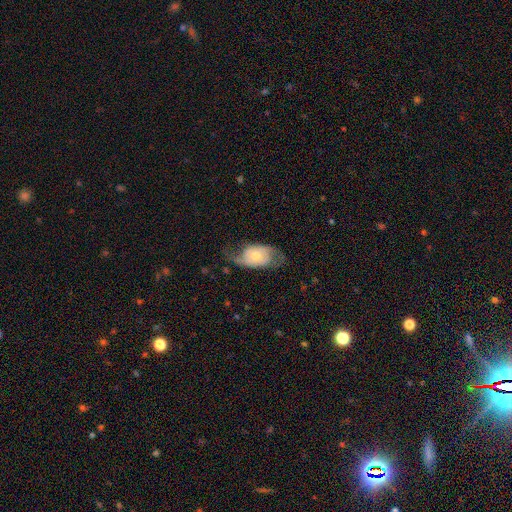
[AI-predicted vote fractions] Smooth or featured?
  - featured or disk: 71% *
  - smooth: 23%
  - star or artifact: 6%
Edge-on disk?
  - no: 94% *
  - yes: 6%
Bar?
  - no: 75% *
  - weak: 20%
  - strong: 5%
Spiral arms?
  - yes: 86% *
  - no: 14%
Spiral winding?
  - loose: 49% *
  - medium: 36%
  - tight: 15%
Spiral arm count?
  - 2: 85% *
  - can't tell: 7%
  - 1: 4%
  - 3: 1%
  - 4: 1%
  - more than 4: 1%
Bulge size?
  - moderate: 51% *
  - small: 40%
  - large: 5%
  - dominant: 2%
  - none: 2%
Merging?
  - none: 57% *
  - minor disturbance: 22%
  - major disturbance: 20%
  - merger: 1%